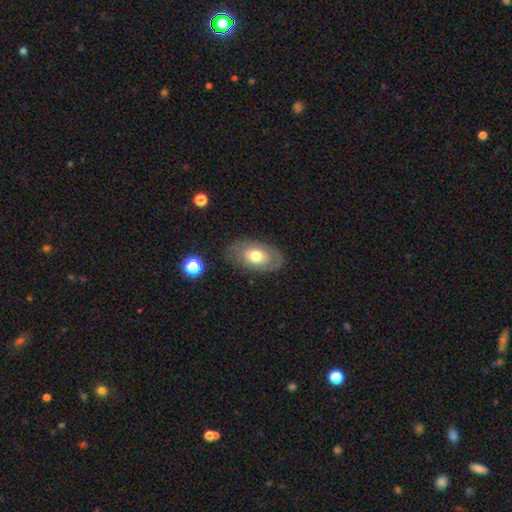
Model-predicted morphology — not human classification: smooth_or_featured: smooth (p=0.54) [alt: featured or disk p=0.39]
how_rounded: in between (p=0.87) [alt: round p=0.11]
merging: none (p=0.78) [alt: minor disturbance p=0.15]